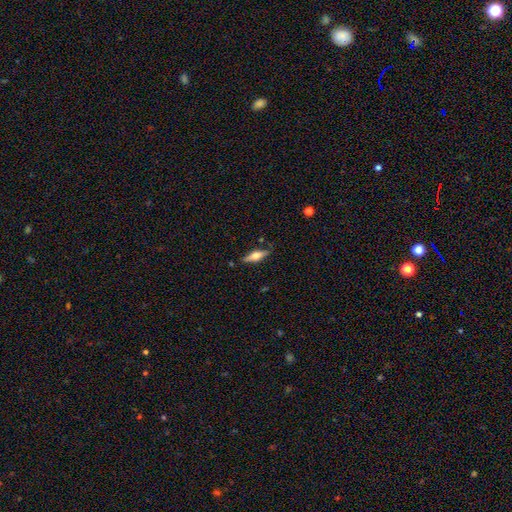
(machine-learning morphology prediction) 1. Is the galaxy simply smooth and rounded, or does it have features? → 53% featured or disk, 41% smooth, 6% star or artifact.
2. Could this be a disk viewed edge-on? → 93% yes, 7% no.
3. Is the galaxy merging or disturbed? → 81% none, 14% minor disturbance, 3% major disturbance, 2% merger.